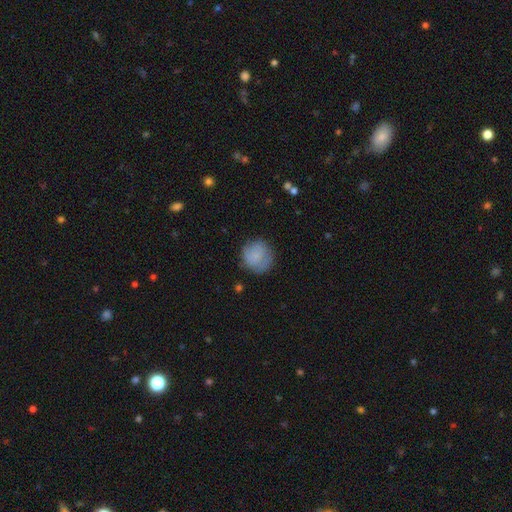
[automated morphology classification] smooth_or_featured: smooth (p=0.73) [alt: featured or disk p=0.20]
how_rounded: round (p=0.91) [alt: in between p=0.08]
merging: none (p=0.74) [alt: minor disturbance p=0.19]